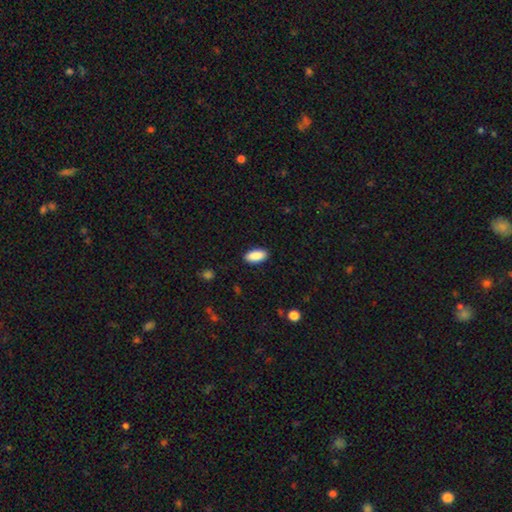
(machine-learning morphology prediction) Overall: smooth (90%). How rounded: in between (93%). Merging: none (90%).